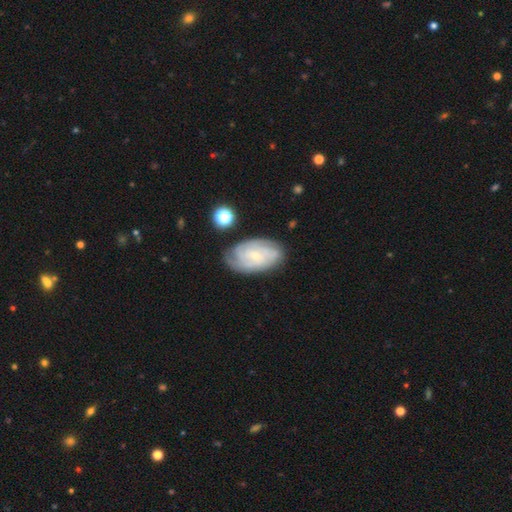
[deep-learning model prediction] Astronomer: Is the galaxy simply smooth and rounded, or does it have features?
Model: featured or disk — 74%.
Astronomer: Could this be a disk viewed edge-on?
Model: no — 96%.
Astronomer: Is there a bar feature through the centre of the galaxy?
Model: no — 51% (runner-up: weak, 41%).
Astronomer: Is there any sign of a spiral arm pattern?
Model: yes — 93%.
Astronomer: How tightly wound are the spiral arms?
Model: tight — 65%.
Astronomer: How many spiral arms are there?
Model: can't tell — 39% (runner-up: 3, 20%).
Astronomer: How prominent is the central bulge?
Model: small — 73%.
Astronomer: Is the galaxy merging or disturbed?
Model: none — 74%.